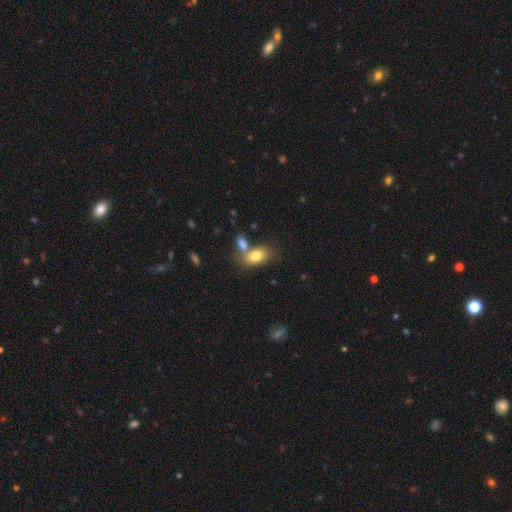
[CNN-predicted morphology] Smooth or featured? smooth (79%)
How rounded? in between (87%)
Merging? none (42%)